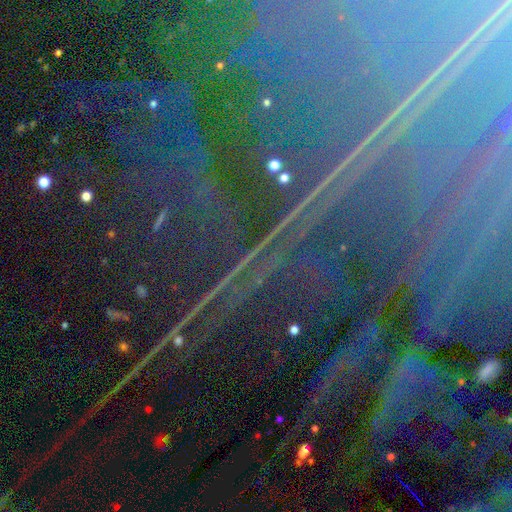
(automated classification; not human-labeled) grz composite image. It shows a star or artifact, not a galaxy (90%).